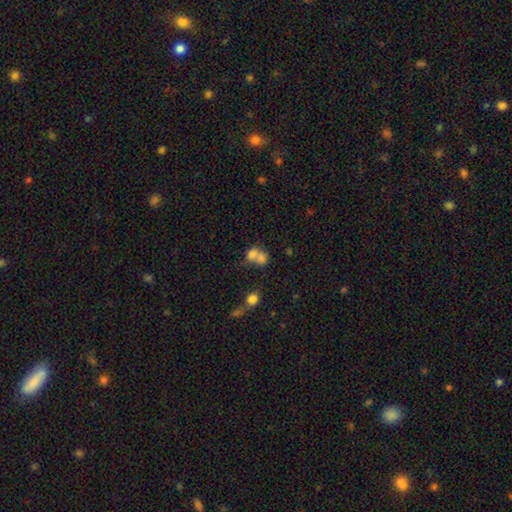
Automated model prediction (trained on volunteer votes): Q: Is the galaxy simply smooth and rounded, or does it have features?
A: smooth — 71%.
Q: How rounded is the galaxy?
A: round — 52%.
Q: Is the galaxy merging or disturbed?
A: merger — 63%.